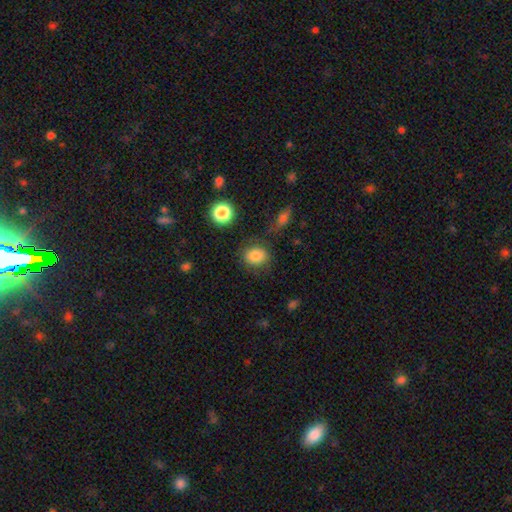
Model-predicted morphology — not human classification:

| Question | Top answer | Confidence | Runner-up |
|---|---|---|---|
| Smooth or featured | smooth | 83% | star or artifact (10%) |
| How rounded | round | 58% | in between (41%) |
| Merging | none | 78% | minor disturbance (13%) |